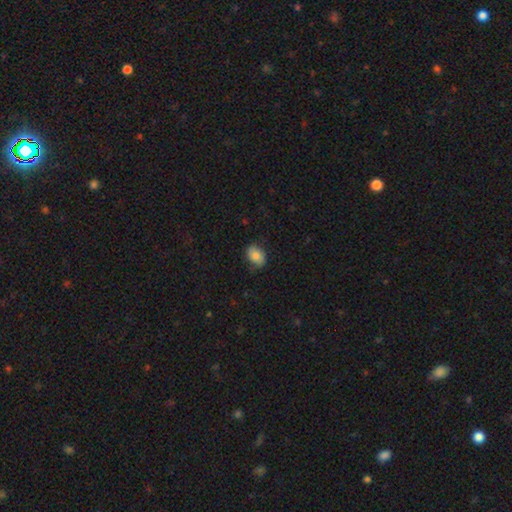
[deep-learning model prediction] smooth_or_featured: smooth (p=0.77) [alt: featured or disk p=0.15]
how_rounded: in between (p=0.76) [alt: round p=0.23]
merging: none (p=0.72) [alt: minor disturbance p=0.22]